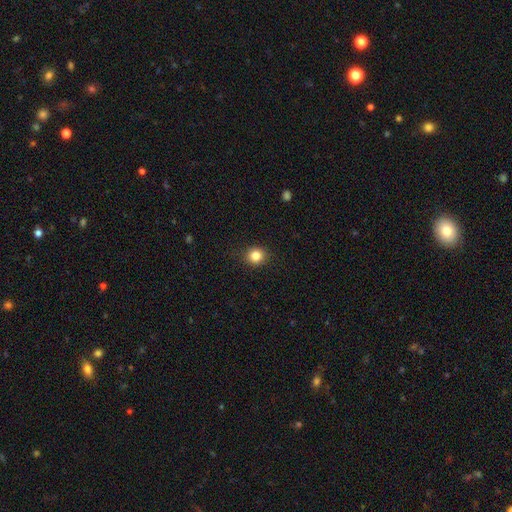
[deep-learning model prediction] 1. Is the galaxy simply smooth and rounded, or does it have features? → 84% smooth, 11% star or artifact, 5% featured or disk.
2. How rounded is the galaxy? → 88% round, 11% in between, 1% cigar-shaped.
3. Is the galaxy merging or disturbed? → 90% none, 7% minor disturbance, 2% major disturbance, 1% merger.